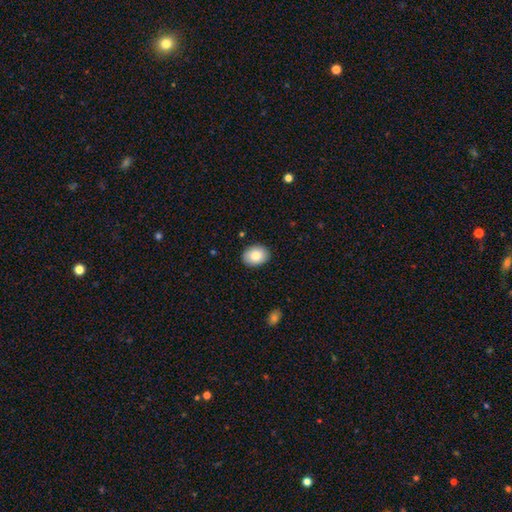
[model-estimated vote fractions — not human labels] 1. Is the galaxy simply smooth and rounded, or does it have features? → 84% smooth, 9% featured or disk, 7% star or artifact.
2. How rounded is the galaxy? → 66% in between, 33% round, 1% cigar-shaped.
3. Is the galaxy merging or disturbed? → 88% none, 9% minor disturbance, 2% major disturbance, 1% merger.